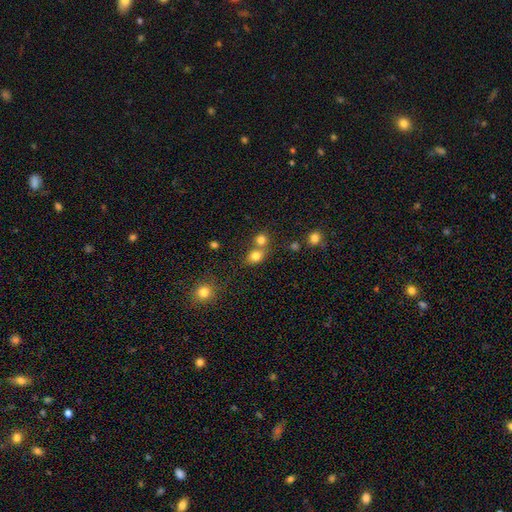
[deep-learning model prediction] Morphology: type=smooth (79%); roundness=round (61%); merging=none (46%).